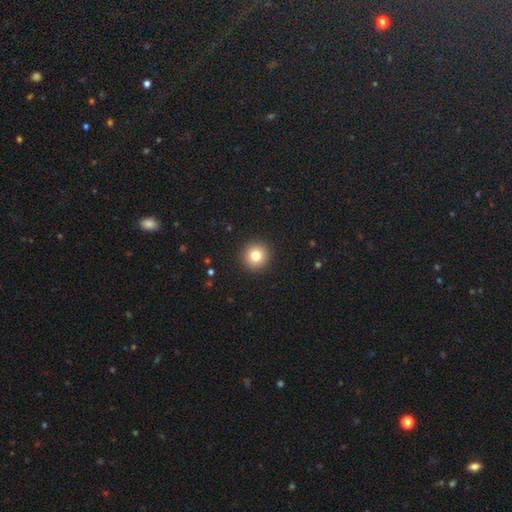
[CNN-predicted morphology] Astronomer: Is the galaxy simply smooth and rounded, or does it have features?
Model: smooth — 80%.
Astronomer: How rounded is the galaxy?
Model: round — 95%.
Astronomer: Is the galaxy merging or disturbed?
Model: none — 93%.